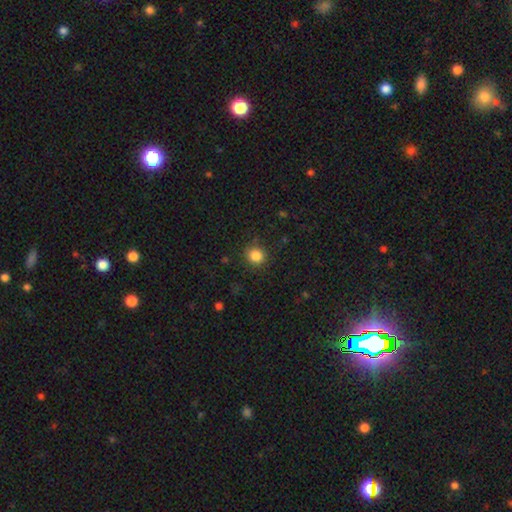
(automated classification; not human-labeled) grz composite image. It shows a smooth galaxy with no disk features (85%) that is round (88%). Merging: none (86%).